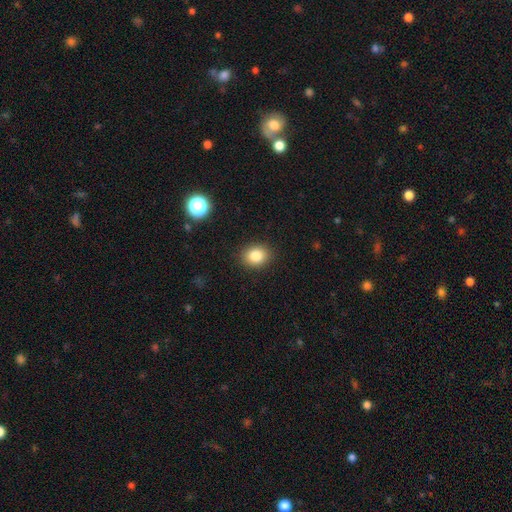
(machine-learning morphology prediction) This appears to be a smooth galaxy with no disk features (83%) that is round (56%). Merging: none (89%).